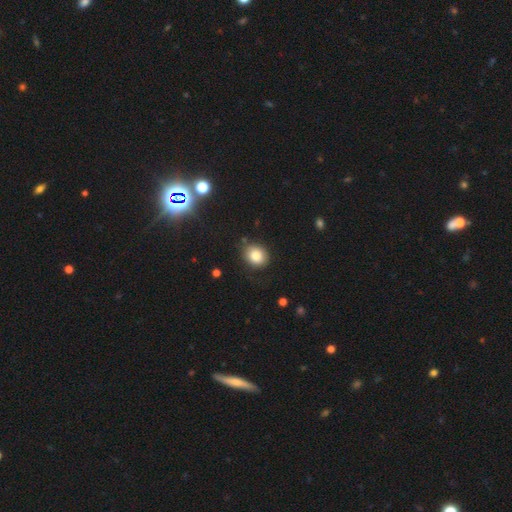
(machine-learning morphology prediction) The model was most divided on "how rounded": round: 59%, in between: 40%, cigar-shaped: 1%. More confident: smooth or featured — smooth (84%); merging — none (80%).